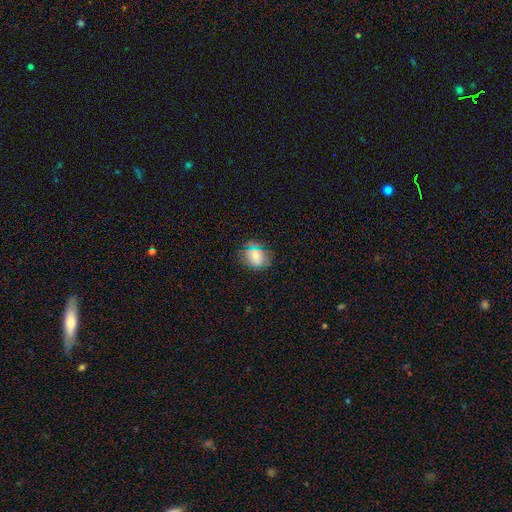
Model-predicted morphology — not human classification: This appears to be a smooth galaxy with no disk features (68%) that is round (60%). Merging: none (80%).